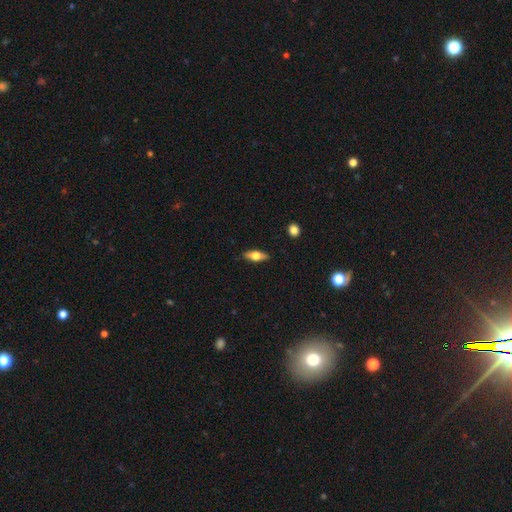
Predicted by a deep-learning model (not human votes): smooth_or_featured: smooth (p=0.58) [alt: featured or disk p=0.35]
how_rounded: in between (p=0.71) [alt: cigar-shaped p=0.25]
merging: none (p=0.87) [alt: minor disturbance p=0.10]